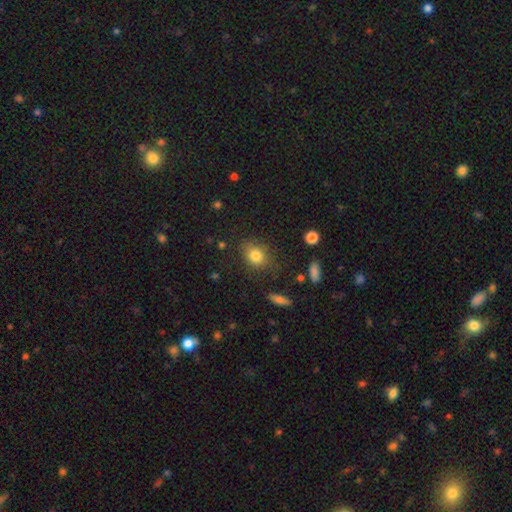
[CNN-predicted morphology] A smooth galaxy with no disk features (81%) that is in between round and cigar-shaped (51%).

Vote fractions:
- Smooth or featured? smooth: 81% / star or artifact: 11% / featured or disk: 9%
- How rounded? in between: 51% / round: 48% / cigar-shaped: 2%
- Merging? none: 76% / minor disturbance: 17% / major disturbance: 5% / merger: 3%